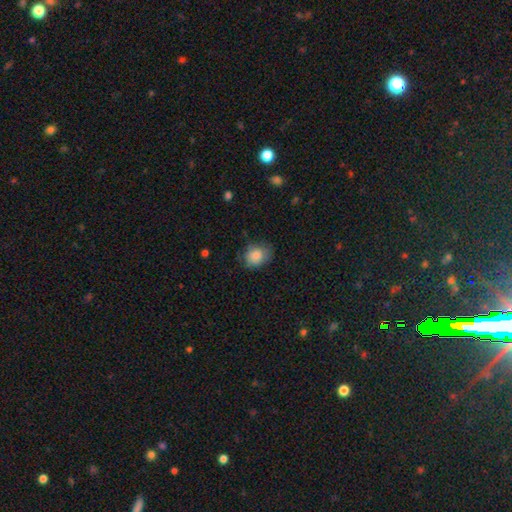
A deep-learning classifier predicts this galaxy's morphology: Q: Smooth or featured?
A: smooth (84%); runner-up: star or artifact (8%)
Q: How rounded?
A: round (56%); runner-up: in between (43%)
Q: Merging?
A: none (67%); runner-up: minor disturbance (24%)